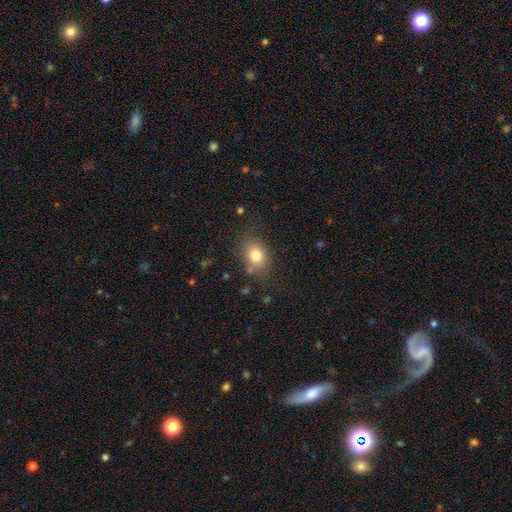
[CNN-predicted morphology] smooth 79%, star or artifact 11%, featured or disk 10%. Down the decision tree: how rounded — in between (59%); merging — none (74%).